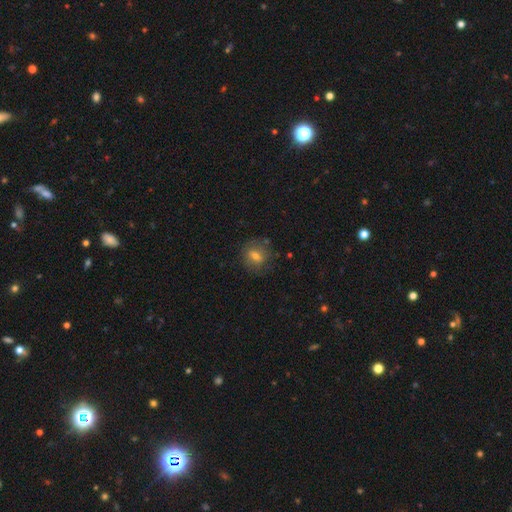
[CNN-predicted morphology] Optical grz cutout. It shows a smooth galaxy with no disk features (62%) that is round (71%). Merging: none (76%).